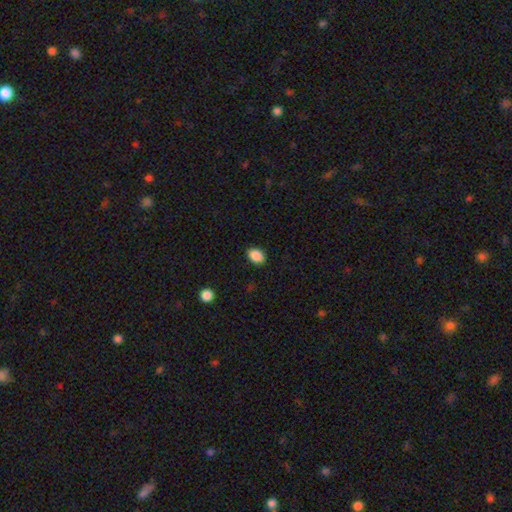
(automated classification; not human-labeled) This appears to be a smooth galaxy with no disk features (89%) that is in between round and cigar-shaped (78%). Merging: none (89%).